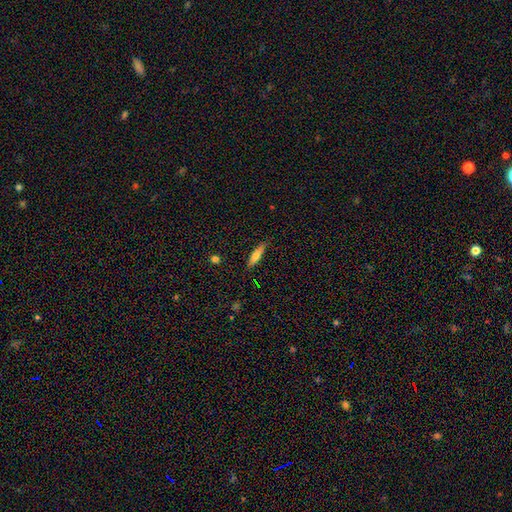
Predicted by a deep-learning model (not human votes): Smooth or featured?
  - smooth: 62% *
  - featured or disk: 31%
  - star or artifact: 7%
How rounded?
  - cigar-shaped: 71% *
  - in between: 27%
  - round: 2%
Merging?
  - none: 86% *
  - minor disturbance: 10%
  - major disturbance: 2%
  - merger: 1%